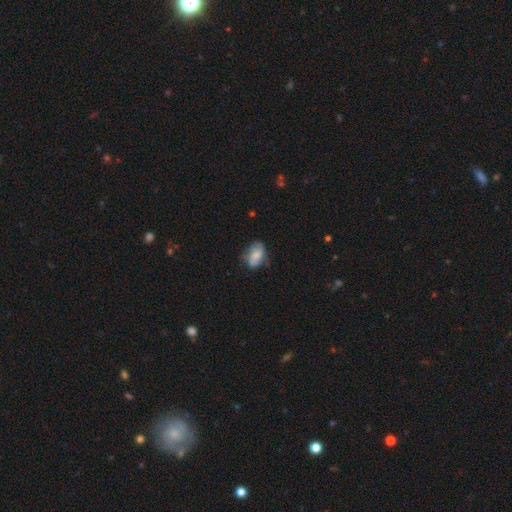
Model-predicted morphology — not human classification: Q: Smooth or featured?
A: smooth (60%); runner-up: featured or disk (32%)
Q: How rounded?
A: in between (85%); runner-up: round (13%)
Q: Merging?
A: none (52%); runner-up: minor disturbance (33%)